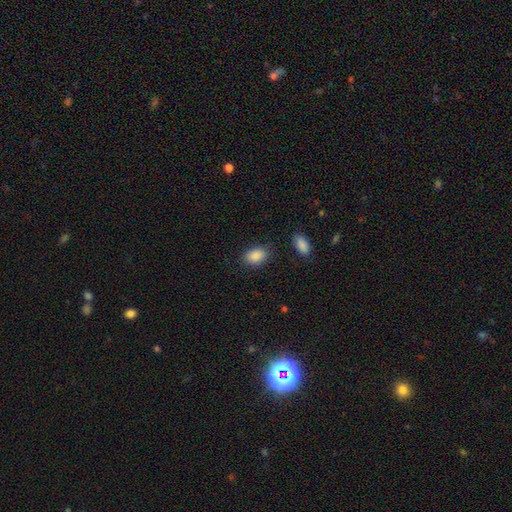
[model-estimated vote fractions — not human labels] Smooth or featured? Predicted: smooth (p=0.89). How rounded? Predicted: in between (p=0.86). Merging? Predicted: none (p=0.82).